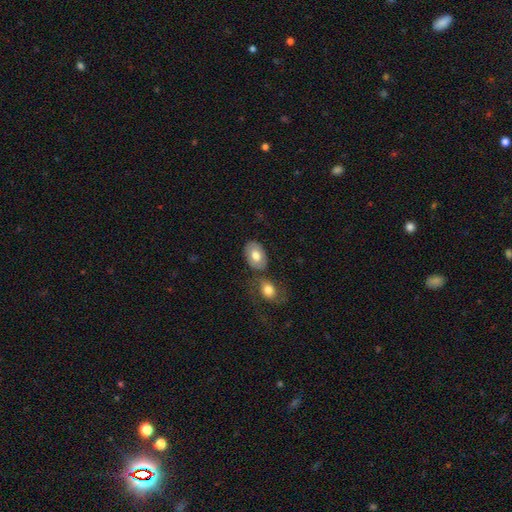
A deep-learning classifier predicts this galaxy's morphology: Smooth or featured? smooth (73%)
How rounded? in between (87%)
Merging? none (59%)